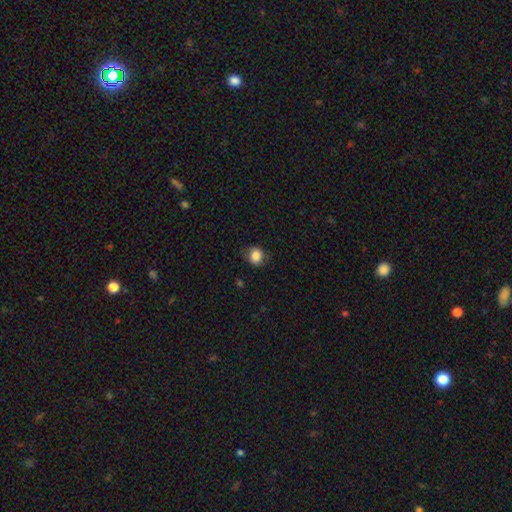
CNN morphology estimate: A smooth galaxy with no disk features (85%) that is round (71%). Merging: none (73%).